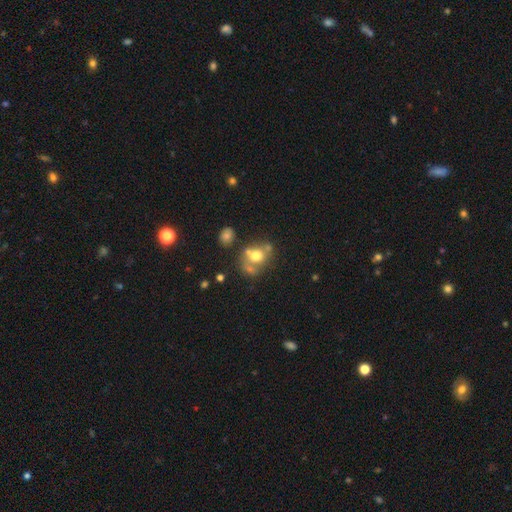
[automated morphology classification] Smooth or featured?
  - smooth: 64% *
  - featured or disk: 24%
  - star or artifact: 12%
How rounded?
  - round: 63% *
  - in between: 36%
  - cigar-shaped: 1%
Merging?
  - none: 42% *
  - merger: 32%
  - minor disturbance: 16%
  - major disturbance: 11%